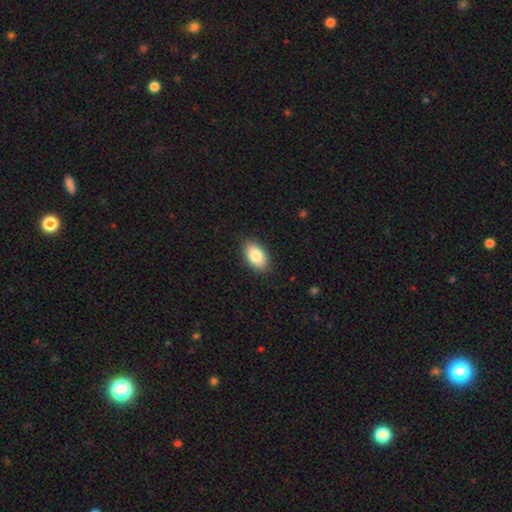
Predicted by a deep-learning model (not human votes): Smooth or featured?
  - smooth: 83% *
  - featured or disk: 10%
  - star or artifact: 7%
How rounded?
  - in between: 93% *
  - round: 6%
  - cigar-shaped: 2%
Merging?
  - none: 87% *
  - minor disturbance: 10%
  - major disturbance: 2%
  - merger: 1%